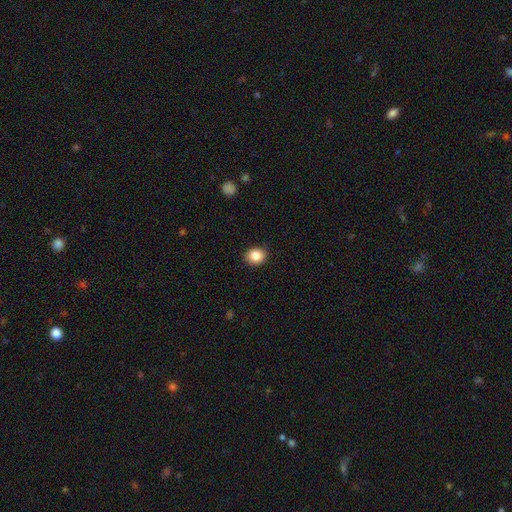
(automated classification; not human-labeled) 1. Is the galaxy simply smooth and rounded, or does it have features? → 87% smooth, 9% star or artifact, 4% featured or disk.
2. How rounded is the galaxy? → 62% round, 37% in between, 1% cigar-shaped.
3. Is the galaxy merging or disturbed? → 88% none, 9% minor disturbance, 2% major disturbance, 1% merger.